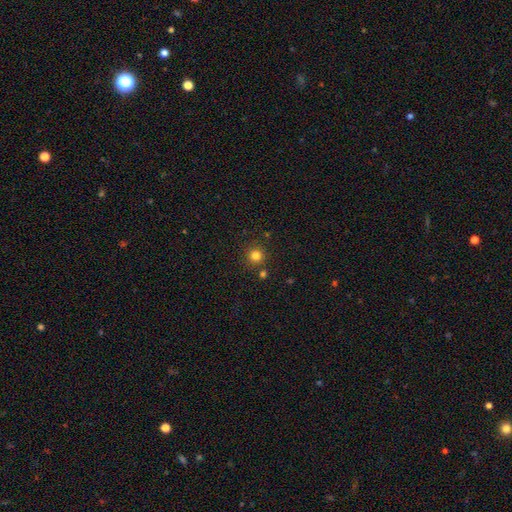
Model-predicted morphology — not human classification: Smooth or featured? Predicted: smooth (p=0.81). How rounded? Predicted: round (p=0.94). Merging? Predicted: none (p=0.85).